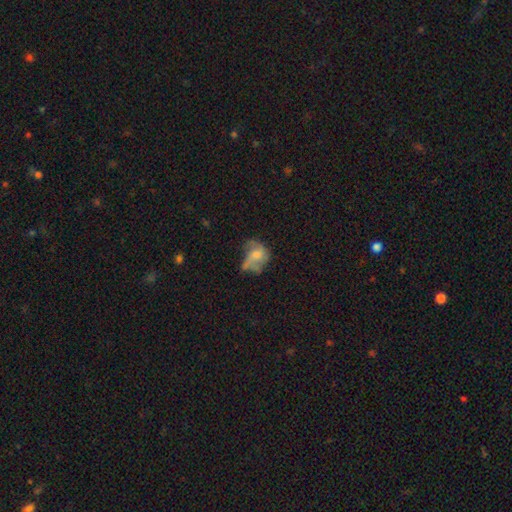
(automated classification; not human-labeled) Q: Smooth or featured?
A: smooth (47%); runner-up: featured or disk (43%)
Q: Merging?
A: major disturbance (37%); runner-up: none (29%)